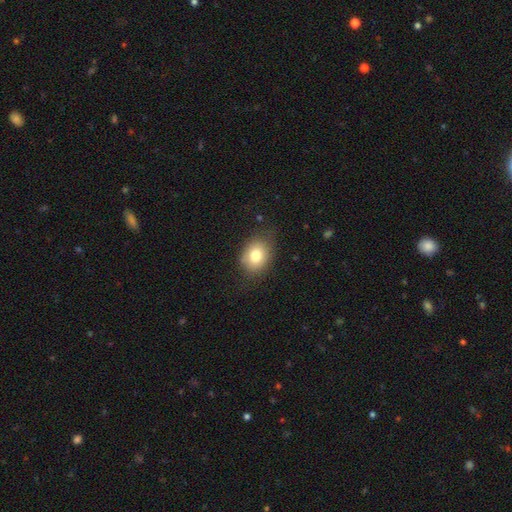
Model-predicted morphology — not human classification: A smooth galaxy with no disk features (79%) that is in between round and cigar-shaped (53%).

Vote fractions:
- Smooth or featured? smooth: 79% / featured or disk: 11% / star or artifact: 10%
- How rounded? in between: 53% / round: 47% / cigar-shaped: 1%
- Merging? none: 73% / minor disturbance: 20% / major disturbance: 5% / merger: 1%